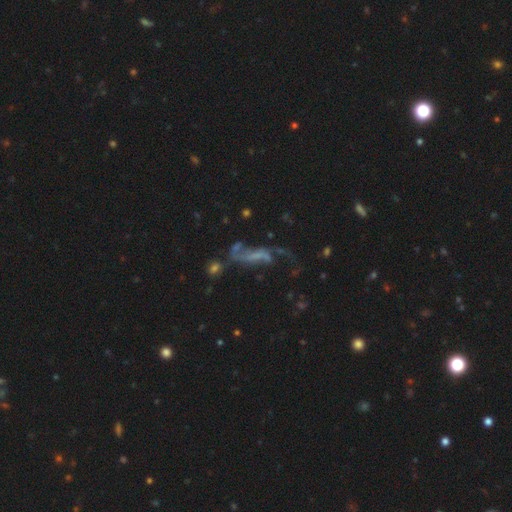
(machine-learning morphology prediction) Smooth or featured?
  - featured or disk: 57% *
  - smooth: 24%
  - star or artifact: 19%
Edge-on disk?
  - no: 85% *
  - yes: 15%
Merging?
  - major disturbance: 33% * (tied)
  - none: 33% * (tied)
  - minor disturbance: 18%
  - merger: 16%